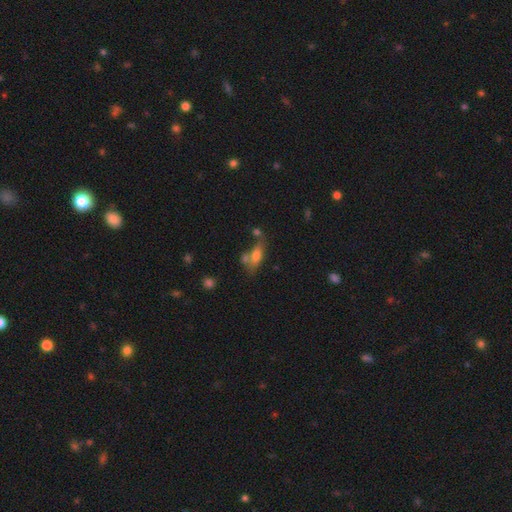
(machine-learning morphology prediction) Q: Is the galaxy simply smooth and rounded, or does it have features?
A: smooth — 67%.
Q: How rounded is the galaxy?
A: in between — 76%.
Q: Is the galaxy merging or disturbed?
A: none — 45%.